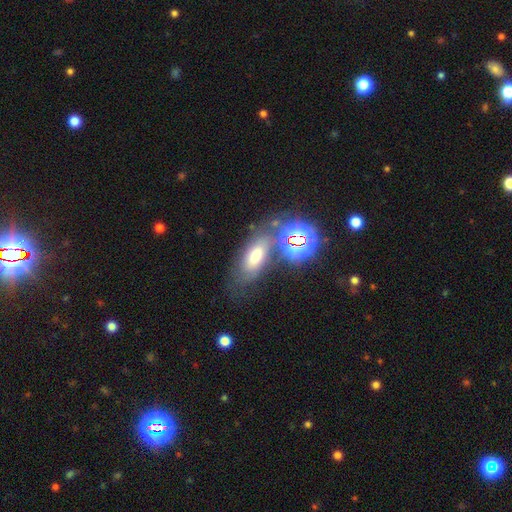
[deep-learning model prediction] This is marginally a smooth galaxy (44%). Merging: possibly none (59%).